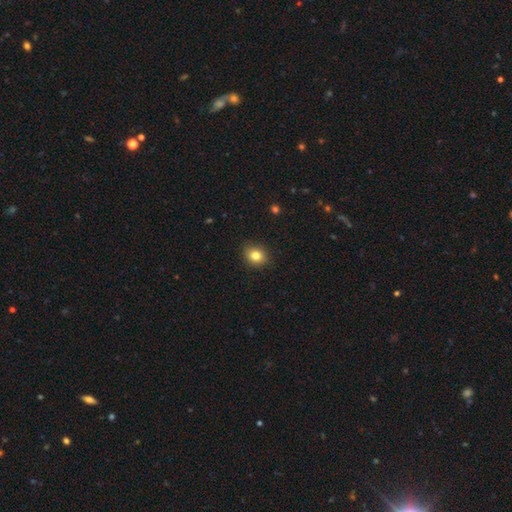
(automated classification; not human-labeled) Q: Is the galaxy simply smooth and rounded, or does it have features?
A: smooth — 82%.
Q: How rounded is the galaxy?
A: round — 58%.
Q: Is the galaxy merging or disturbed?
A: none — 88%.